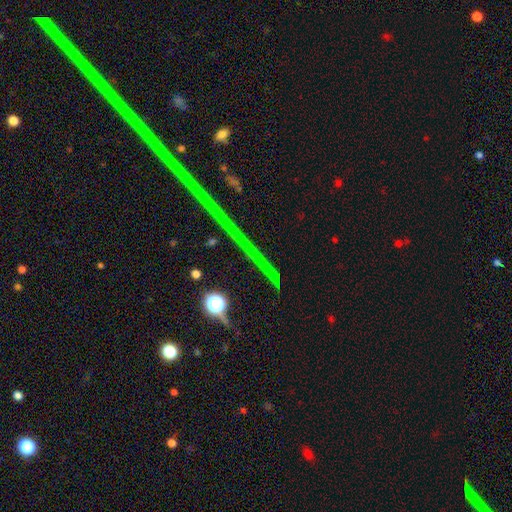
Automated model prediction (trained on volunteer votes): The model was most divided on "smooth or featured": star or artifact: 85%, featured or disk: 8%, smooth: 6%.